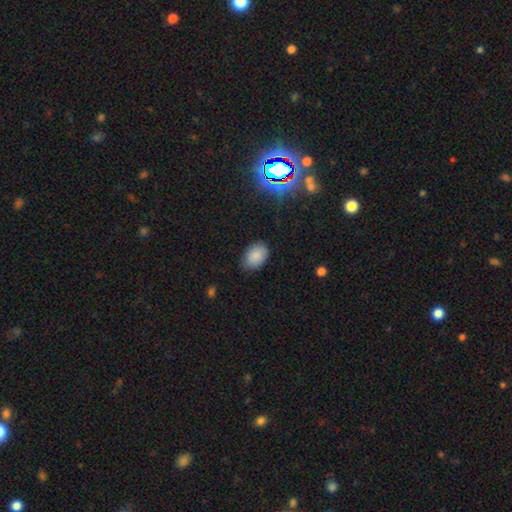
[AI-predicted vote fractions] Q: Smooth or featured?
A: smooth (86%); runner-up: star or artifact (9%)
Q: How rounded?
A: in between (86%); runner-up: round (13%)
Q: Merging?
A: none (82%); runner-up: minor disturbance (14%)